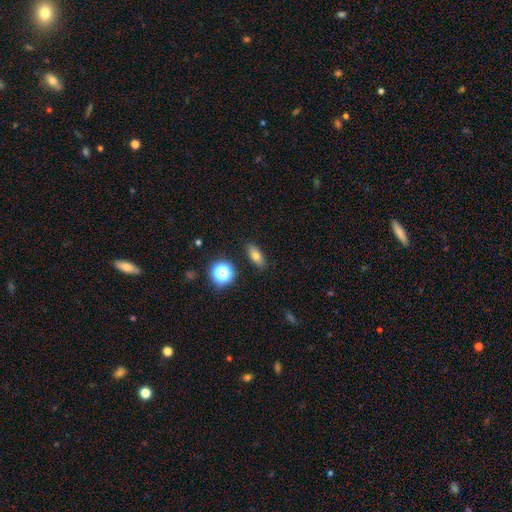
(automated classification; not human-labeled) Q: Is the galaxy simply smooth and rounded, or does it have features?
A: smooth — 69%.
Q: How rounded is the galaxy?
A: in between — 72%.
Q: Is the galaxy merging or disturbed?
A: none — 88%.